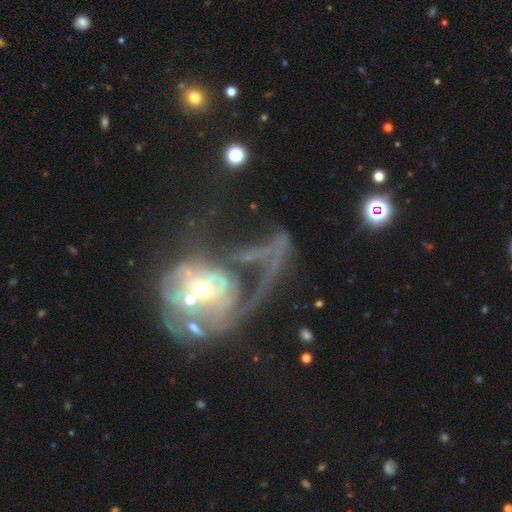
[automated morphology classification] smooth-or-featured: featured or disk: 67% | smooth: 20% | star or artifact: 13%
  disk-edge-on: no: 96% | yes: 4%
    bar: no: 72% | weak: 19% | strong: 9%
    has-spiral-arms: yes: 52% | no: 48%
    bulge-size: moderate: 59% | small: 27% | large: 7% | none: 5% | dominant: 3%
  merging: major disturbance: 44% | merger: 35% | none: 13% | minor disturbance: 8%